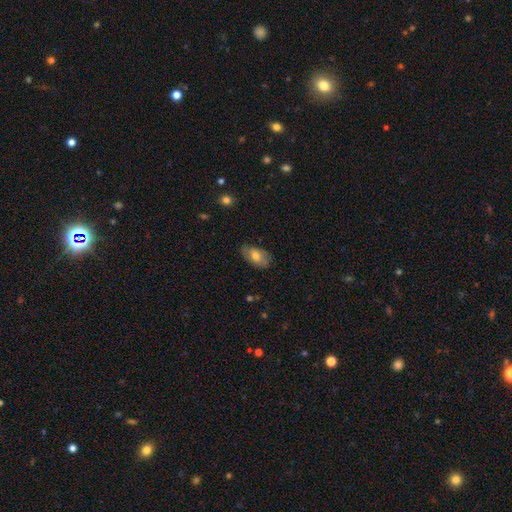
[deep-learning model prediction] smooth-or-featured: smooth: 64% | featured or disk: 29% | star or artifact: 7%
  how-rounded: in between: 92% | round: 5% | cigar-shaped: 3%
  merging: none: 76% | minor disturbance: 19% | major disturbance: 4% | merger: 1%